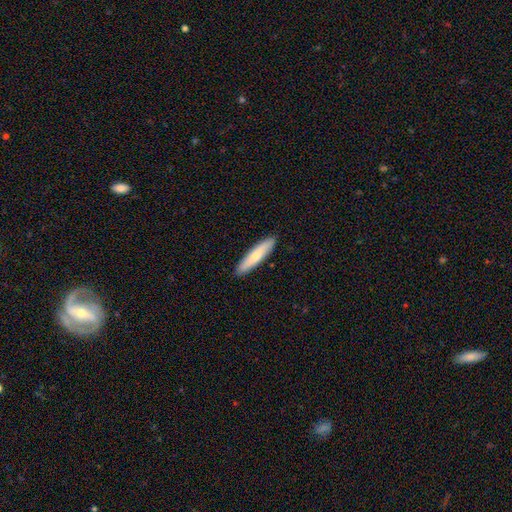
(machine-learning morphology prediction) type=smooth (69%); roundness=cigar-shaped (84%); merging=none (91%).